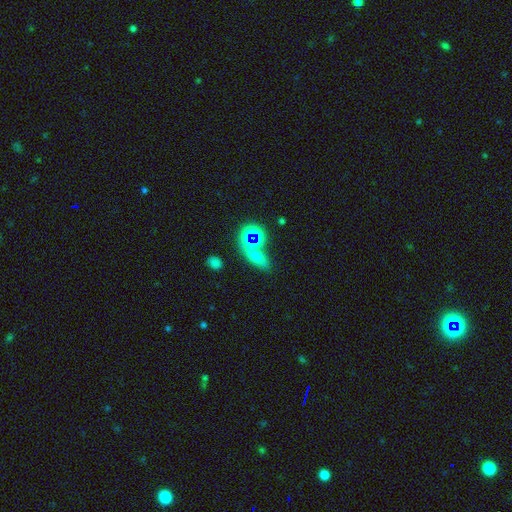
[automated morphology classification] Q: Smooth or featured?
A: smooth (53%); runner-up: star or artifact (32%)
Q: How rounded?
A: in between (63%); runner-up: round (20%)
Q: Merging?
A: none (63%); runner-up: merger (18%)